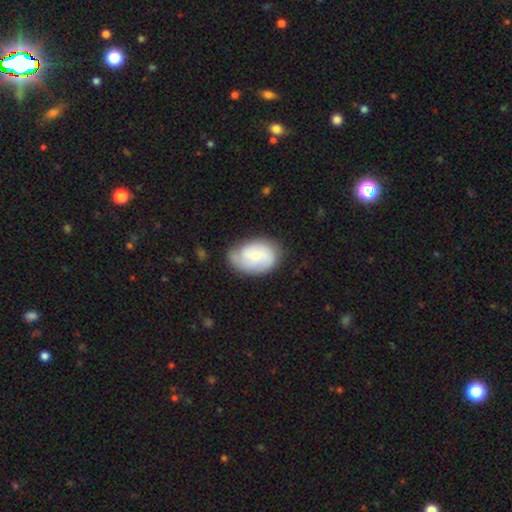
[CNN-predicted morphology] This appears to be a featured or disk galaxy (53%) with no bar (61%), spiral arms (86%) and a small central bulge (61%). Merging: none (65%).